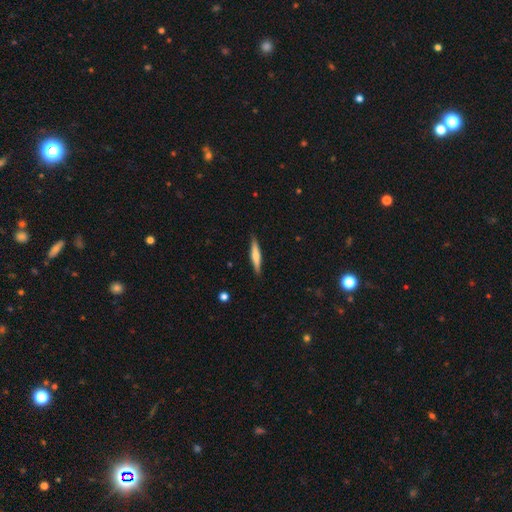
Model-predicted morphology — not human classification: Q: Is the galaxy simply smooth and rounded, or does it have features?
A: smooth — 53%.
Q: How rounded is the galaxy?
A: cigar-shaped — 91%.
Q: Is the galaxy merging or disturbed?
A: none — 89%.